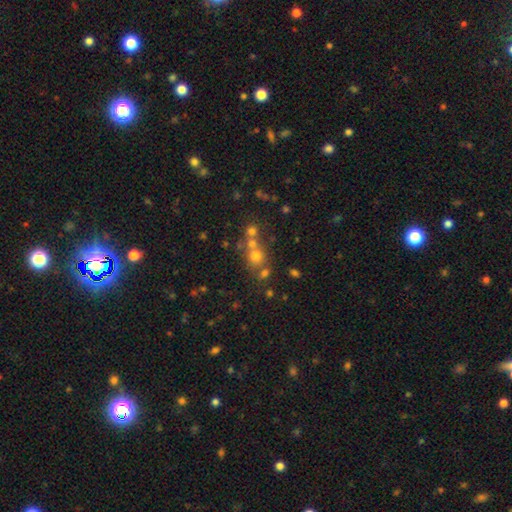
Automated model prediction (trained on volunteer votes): A smooth galaxy with no disk features (59%) that is round (82%).

Vote fractions:
- Smooth or featured? smooth: 59% / star or artifact: 24% / featured or disk: 17%
- How rounded? round: 82% / in between: 17% / cigar-shaped: 1%
- Merging? none: 50% / merger: 37% / minor disturbance: 8% / major disturbance: 4%